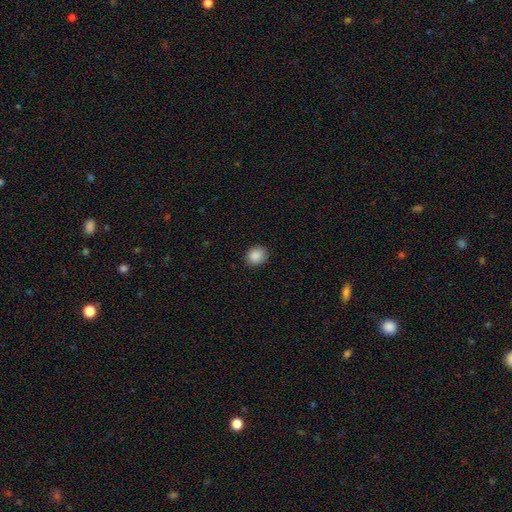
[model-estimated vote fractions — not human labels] Smooth or featured: smooth — 89% (star or artifact — 8%)
How rounded: round — 67% (in between — 32%)
Merging: none — 87% (minor disturbance — 10%)